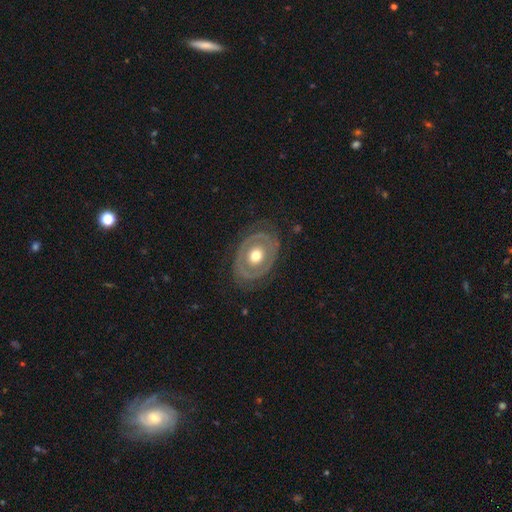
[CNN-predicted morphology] Smooth or featured?
  - featured or disk: 66% *
  - smooth: 29%
  - star or artifact: 5%
Edge-on disk?
  - no: 94% *
  - yes: 6%
Bar?
  - no: 87% *
  - weak: 9%
  - strong: 3%
Spiral arms?
  - no: 71% *
  - yes: 29%
Bulge size?
  - moderate: 72% *
  - large: 19%
  - small: 7%
  - dominant: 1%
  - none: 1%
Merging?
  - none: 76% *
  - minor disturbance: 15%
  - major disturbance: 7%
  - merger: 1%